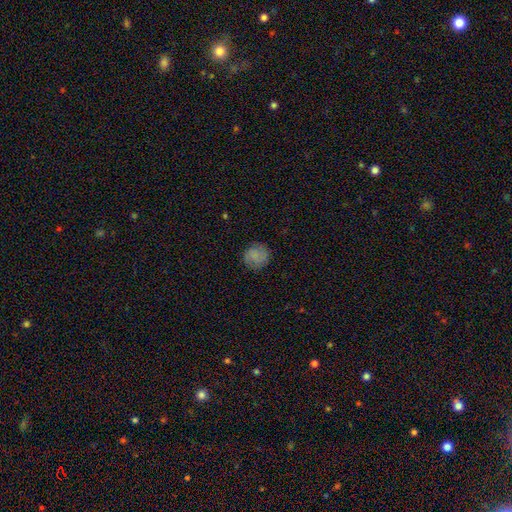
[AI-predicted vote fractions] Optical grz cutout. It shows a smooth galaxy with no disk features (73%) that is round (88%). Merging: none (83%).